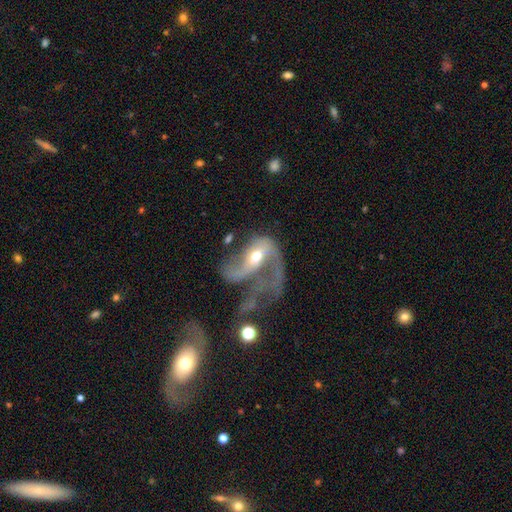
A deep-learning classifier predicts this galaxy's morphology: A featured or disk galaxy (73%) with no bar (53%), 2 (51%) loose (69%) spiral arms (75%) and a moderate central bulge (62%).

Vote fractions:
- Smooth or featured? featured or disk: 73% / smooth: 19% / star or artifact: 8%
- Edge-on disk? no: 95% / yes: 5%
- Bar? no: 53% / weak: 32% / strong: 15%
- Spiral arms? yes: 75% / no: 25%
- Spiral winding? loose: 69% / medium: 23% / tight: 7%
- Spiral arm count? 2: 51% / 1: 30% / can't tell: 13% / 3: 3% / 4: 2% / more than 4: 2%
- Bulge size? moderate: 62% / small: 30% / large: 5% / none: 2% / dominant: 1%
- Merging? major disturbance: 55% / merger: 21% / none: 14% / minor disturbance: 10%